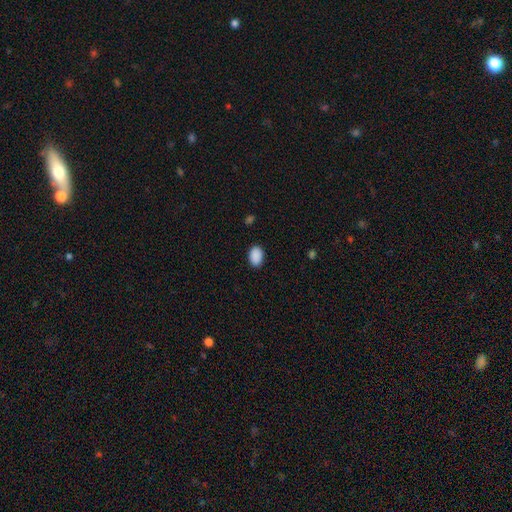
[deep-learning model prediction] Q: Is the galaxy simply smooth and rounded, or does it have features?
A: smooth — 90%.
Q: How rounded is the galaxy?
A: in between — 85%.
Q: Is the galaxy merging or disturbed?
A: none — 88%.